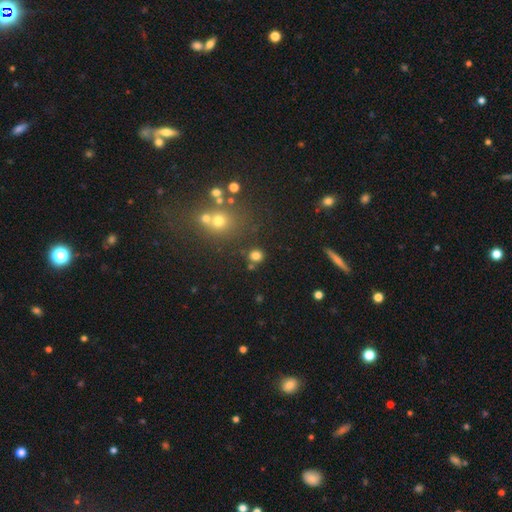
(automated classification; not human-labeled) This is likely a smooth galaxy (75%). How rounded: clearly round (82%). Merging: likely none (76%).